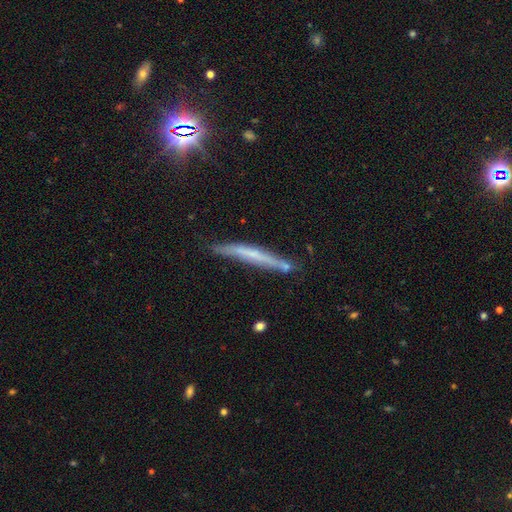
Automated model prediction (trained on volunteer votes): Q: Smooth or featured?
A: featured or disk (51%); runner-up: smooth (36%)
Q: Edge-on disk?
A: yes (92%); runner-up: no (8%)
Q: Merging?
A: none (74%); runner-up: minor disturbance (19%)